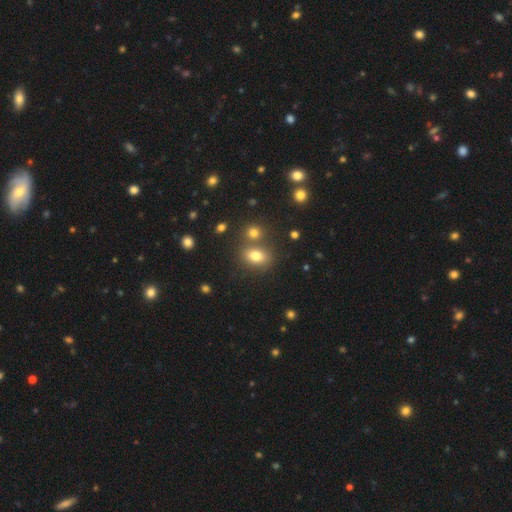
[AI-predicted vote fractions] Q: Smooth or featured?
A: smooth (78%); runner-up: star or artifact (12%)
Q: How rounded?
A: in between (71%); runner-up: round (28%)
Q: Merging?
A: none (65%); runner-up: merger (21%)